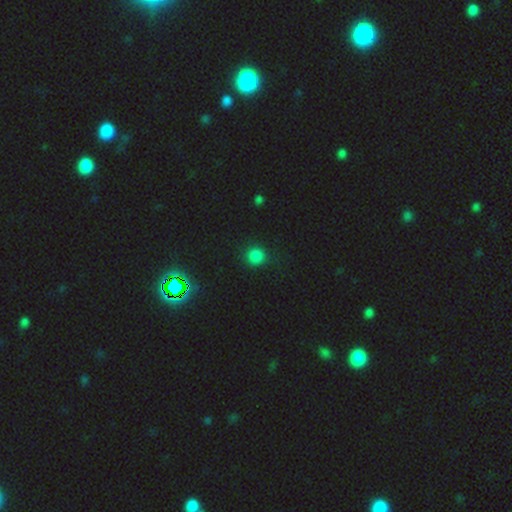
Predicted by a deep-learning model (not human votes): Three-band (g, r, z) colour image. It shows a smooth galaxy with no disk features (79%) that is round (91%). Merging: none (87%).